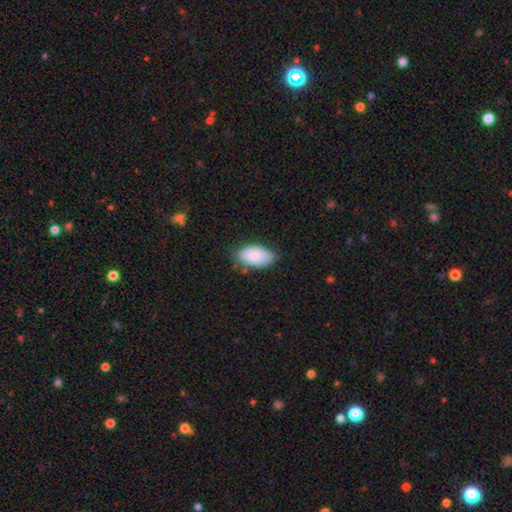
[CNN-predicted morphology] A smooth galaxy with no disk features (84%) that is in between round and cigar-shaped (95%). Merging: none (74%).